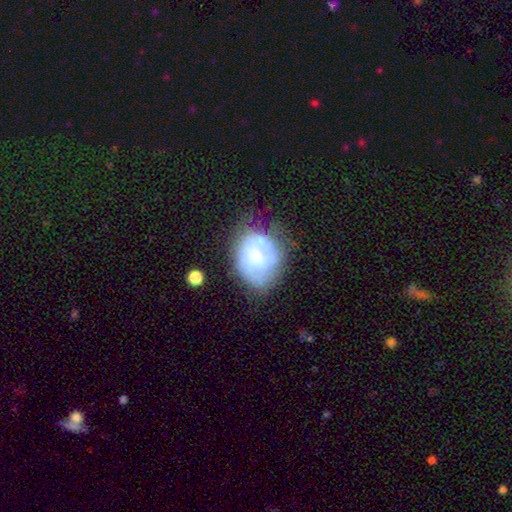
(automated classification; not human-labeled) A featured or disk galaxy (54%) with no bar (75%), no spiral arms (63%) and a small central bulge (47%).

Vote fractions:
- Smooth or featured? featured or disk: 54% / smooth: 38% / star or artifact: 8%
- Edge-on disk? no: 97% / yes: 3%
- Bar? no: 75% / weak: 21% / strong: 4%
- Spiral arms? no: 63% / yes: 37%
- Bulge size? small: 47% / moderate: 43% / none: 5% / large: 3% / dominant: 1%
- Merging? none: 47% / minor disturbance: 28% / major disturbance: 16% / merger: 9%